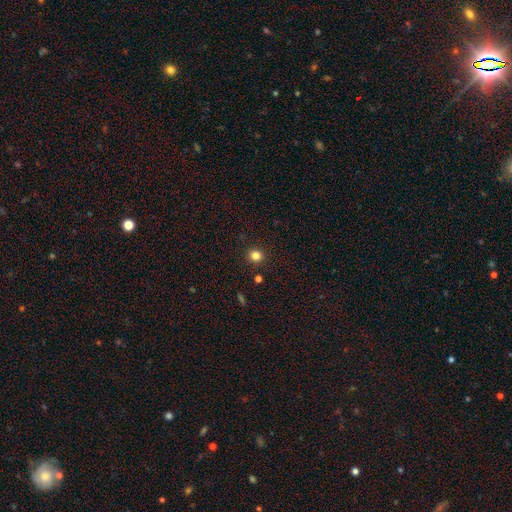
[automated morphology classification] Smooth or featured: smooth — 81% (star or artifact — 14%)
How rounded: round — 89% (in between — 10%)
Merging: none — 91% (minor disturbance — 6%)